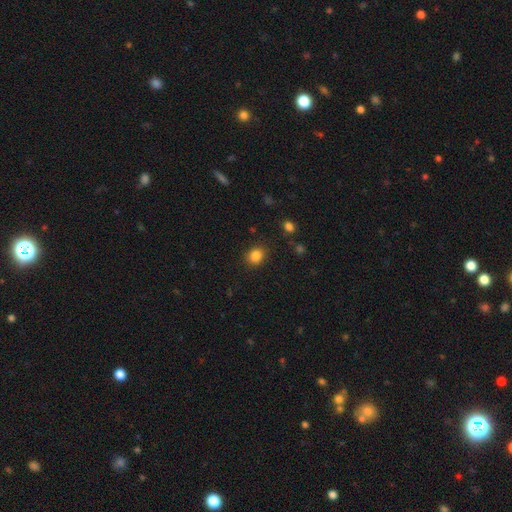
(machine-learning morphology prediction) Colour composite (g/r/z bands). It shows a smooth galaxy with no disk features (84%) that is round (67%). Merging: none (87%).